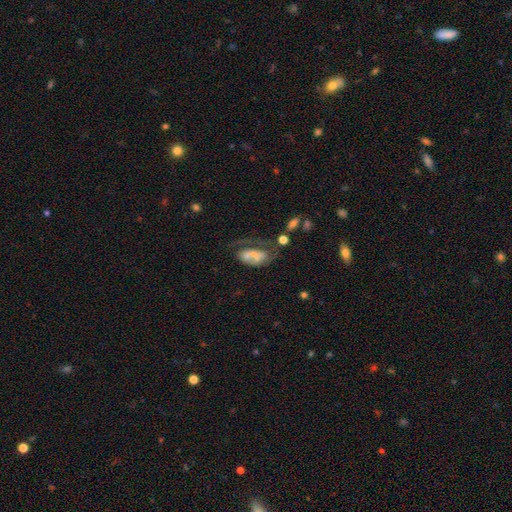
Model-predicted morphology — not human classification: smooth-or-featured: featured or disk: 51% | smooth: 39% | star or artifact: 10%
  disk-edge-on: no: 96% | yes: 4%
  merging: major disturbance: 42% | merger: 24% | none: 19% | minor disturbance: 15%